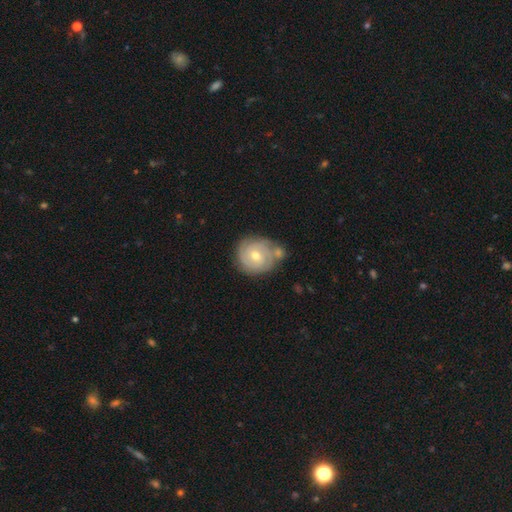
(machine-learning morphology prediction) Overall: featured or disk (59%; smooth 34%). Edge-on disk: no (97%). Bar: no (74%). Spiral arms: yes (76%). Bulge size: moderate (62%; small 35%). Merging: none (53%; merger 23%).